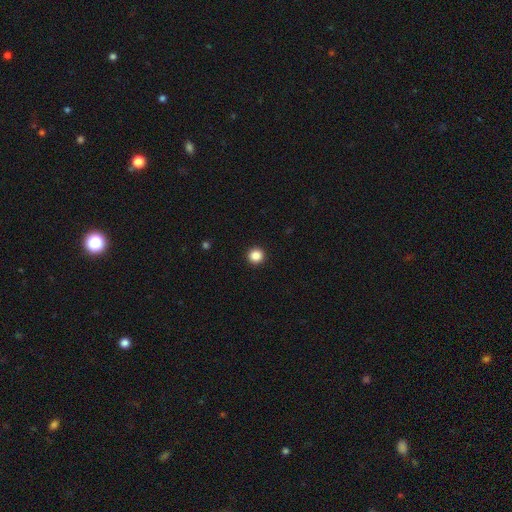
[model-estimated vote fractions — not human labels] smooth_or_featured: smooth (p=0.87) [alt: star or artifact p=0.10]
how_rounded: round (p=0.96) [alt: in between p=0.03]
merging: none (p=0.94) [alt: minor disturbance p=0.04]